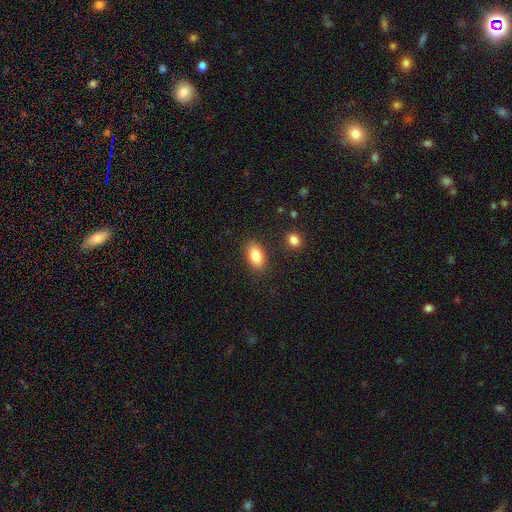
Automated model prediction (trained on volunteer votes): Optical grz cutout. It shows a smooth galaxy with no disk features (84%) that is in between round and cigar-shaped (91%). Merging: none (87%).